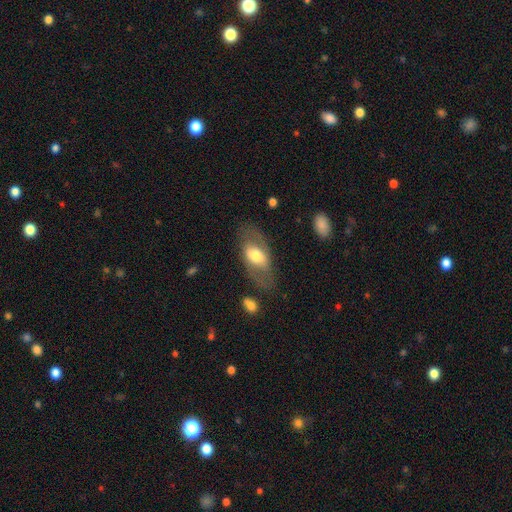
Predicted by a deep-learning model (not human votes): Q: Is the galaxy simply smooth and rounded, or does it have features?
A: featured or disk — 47%.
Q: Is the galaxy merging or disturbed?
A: none — 71%.